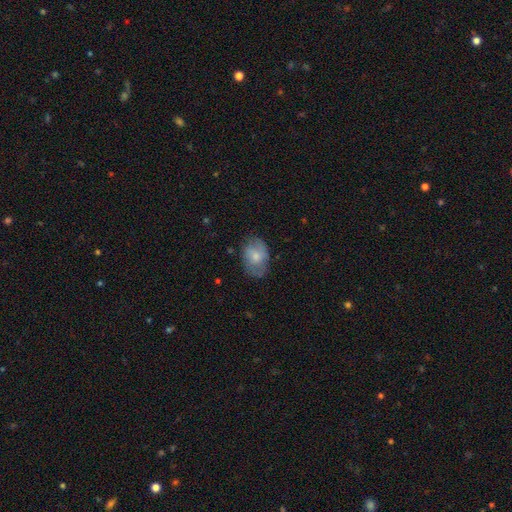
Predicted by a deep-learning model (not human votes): Morphology: type=smooth (58%); roundness=in between (80%); merging=none (66%).